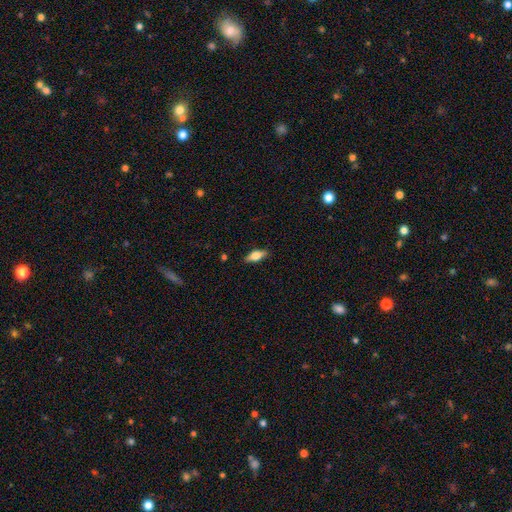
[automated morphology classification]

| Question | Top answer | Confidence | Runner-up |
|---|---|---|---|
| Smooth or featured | smooth | 64% | featured or disk (29%) |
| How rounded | in between | 74% | cigar-shaped (23%) |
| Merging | none | 85% | minor disturbance (11%) |